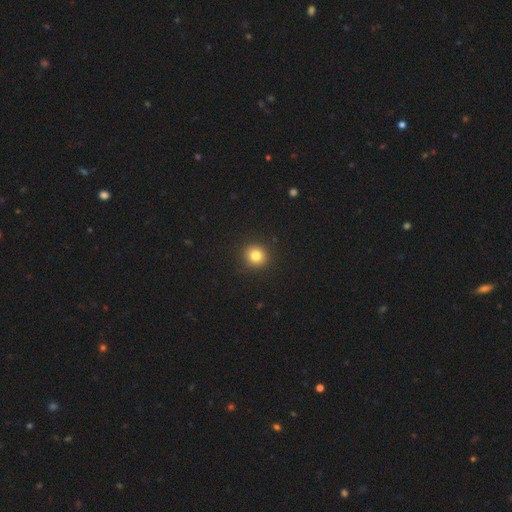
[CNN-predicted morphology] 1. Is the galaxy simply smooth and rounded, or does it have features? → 82% smooth, 12% star or artifact, 6% featured or disk.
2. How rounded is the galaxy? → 91% round, 8% in between, 1% cigar-shaped.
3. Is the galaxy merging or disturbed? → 92% none, 5% minor disturbance, 2% major disturbance, 1% merger.